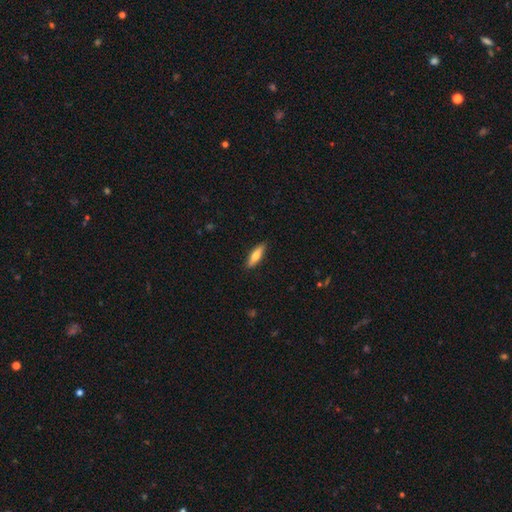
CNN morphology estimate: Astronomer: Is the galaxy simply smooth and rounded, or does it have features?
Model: smooth — 69%.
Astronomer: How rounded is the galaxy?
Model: cigar-shaped — 60% (runner-up: in between, 38%).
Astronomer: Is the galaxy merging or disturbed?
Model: none — 88%.